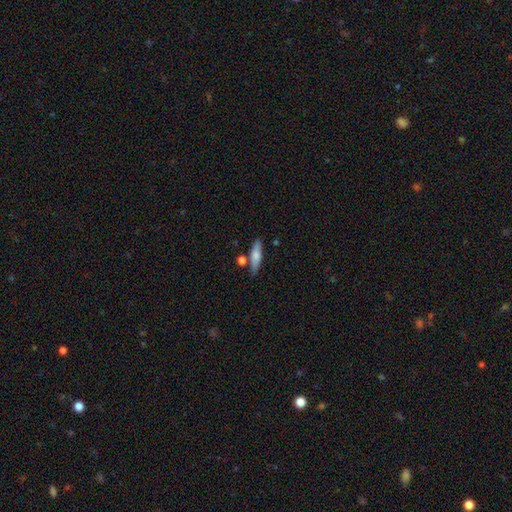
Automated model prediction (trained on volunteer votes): smooth_or_featured: smooth (p=0.71) [alt: featured or disk p=0.22]
how_rounded: cigar-shaped (p=0.65) [alt: in between p=0.33]
merging: none (p=0.74) [alt: minor disturbance p=0.13]